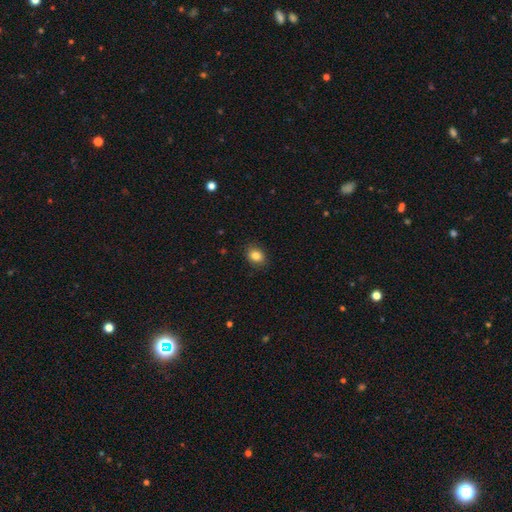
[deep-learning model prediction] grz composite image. It shows a smooth galaxy with no disk features (85%) that is in between round and cigar-shaped (60%). Merging: none (86%).